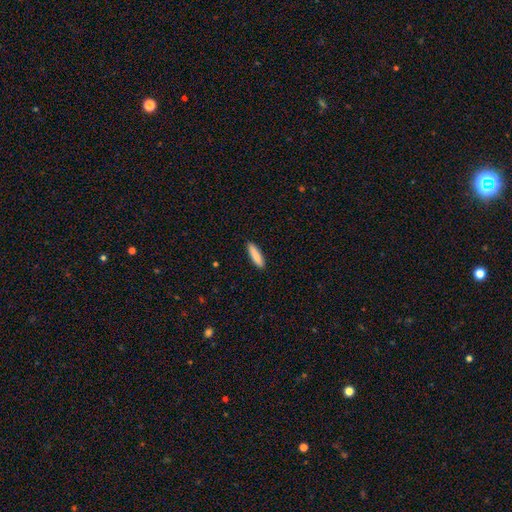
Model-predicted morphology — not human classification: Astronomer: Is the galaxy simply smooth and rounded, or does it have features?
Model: smooth — 86%.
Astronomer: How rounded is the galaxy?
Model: cigar-shaped — 71%.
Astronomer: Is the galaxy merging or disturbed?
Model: none — 90%.